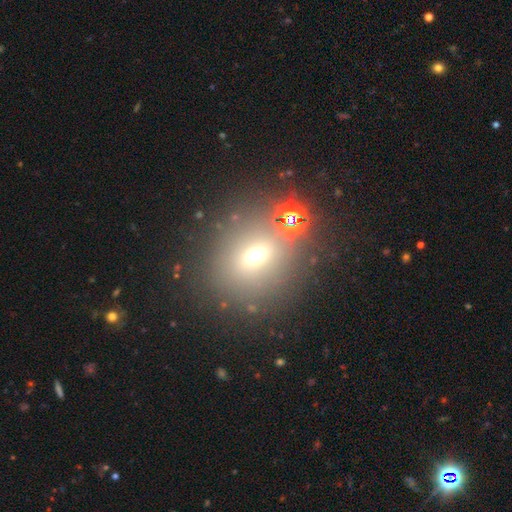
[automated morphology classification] smooth 58%, star or artifact 26%, featured or disk 16%. Down the decision tree: how rounded — round (69%); merging — none (73%).